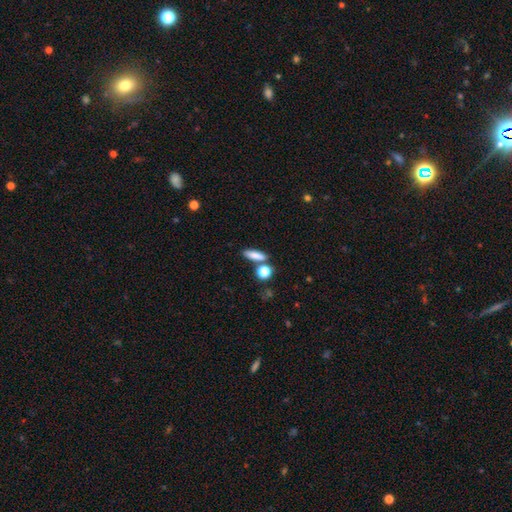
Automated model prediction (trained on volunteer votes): This appears to be a smooth galaxy with no disk features (81%) that is cigar-shaped (46%). Merging: none (70%).